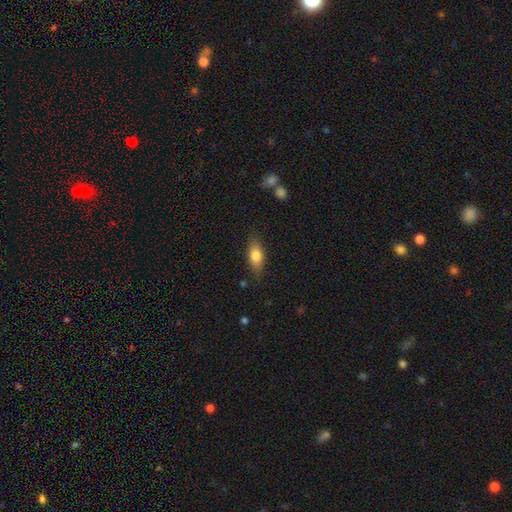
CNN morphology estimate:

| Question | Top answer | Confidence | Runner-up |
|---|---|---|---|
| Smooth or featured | smooth | 75% | featured or disk (18%) |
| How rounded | in between | 79% | cigar-shaped (16%) |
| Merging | none | 80% | minor disturbance (15%) |